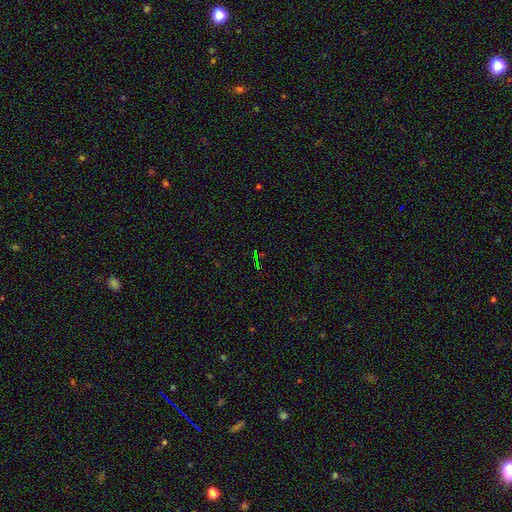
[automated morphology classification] smooth-or-featured: star or artifact: 75% | smooth: 14% | featured or disk: 11%